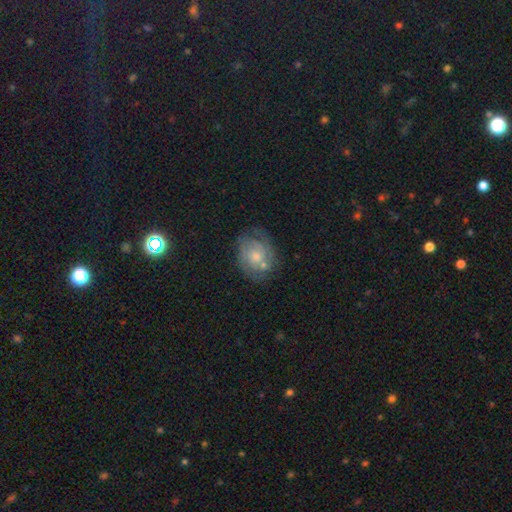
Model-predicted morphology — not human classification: A featured or disk galaxy (56%) with no bar (81%), spiral arms (73%) and a small central bulge (47%). Merging: none (61%).